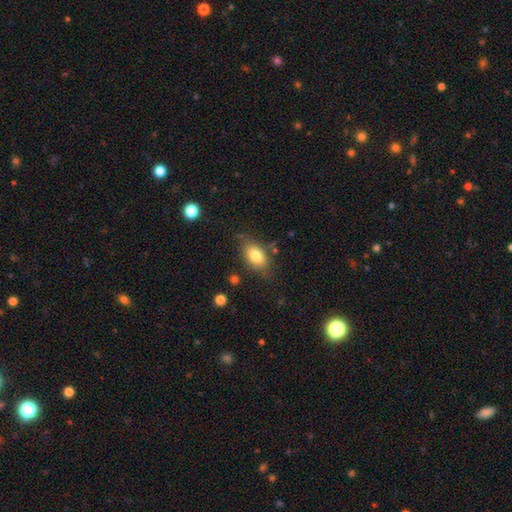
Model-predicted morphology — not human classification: Overall: smooth (79%). How rounded: in between (87%). Merging: none (73%).